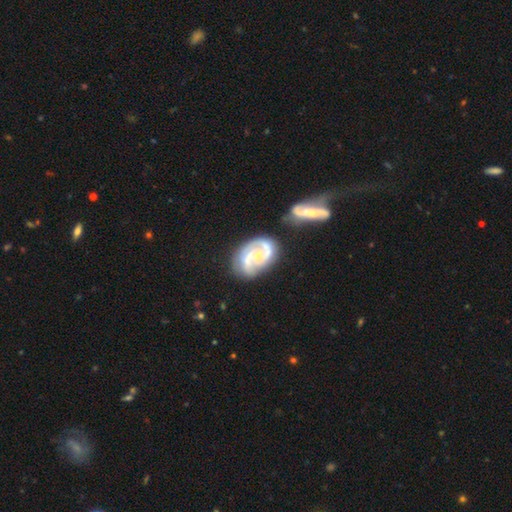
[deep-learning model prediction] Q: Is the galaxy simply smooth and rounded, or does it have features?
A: featured or disk — 88%.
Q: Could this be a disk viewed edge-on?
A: no — 98%.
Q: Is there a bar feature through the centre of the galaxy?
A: no — 56%.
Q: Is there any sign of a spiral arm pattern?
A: yes — 97%.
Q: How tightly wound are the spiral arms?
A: medium — 48%.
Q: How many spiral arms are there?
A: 2 — 79%.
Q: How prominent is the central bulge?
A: small — 53%.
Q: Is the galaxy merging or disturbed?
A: none — 54%.